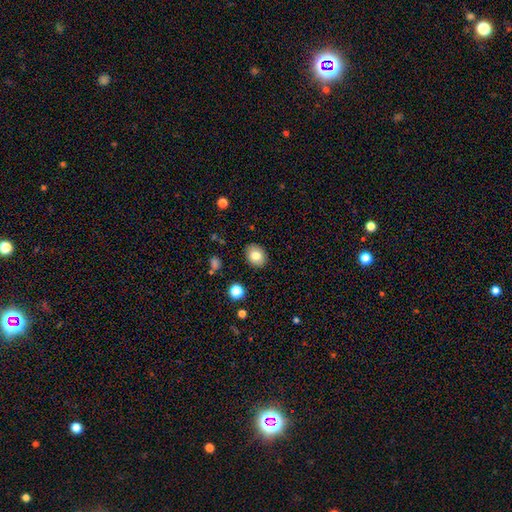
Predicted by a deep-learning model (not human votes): The model was most divided on "how rounded": in between: 57%, round: 42%, cigar-shaped: 1%. More confident: merging — none (88%); smooth or featured — smooth (80%).